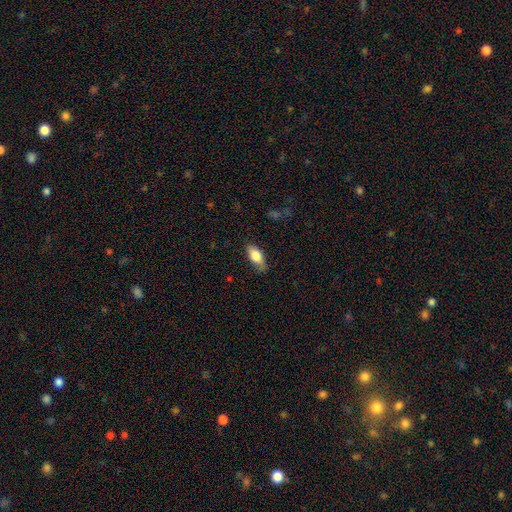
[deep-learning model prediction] Morphology: type=smooth (76%); roundness=in between (83%); merging=none (72%).